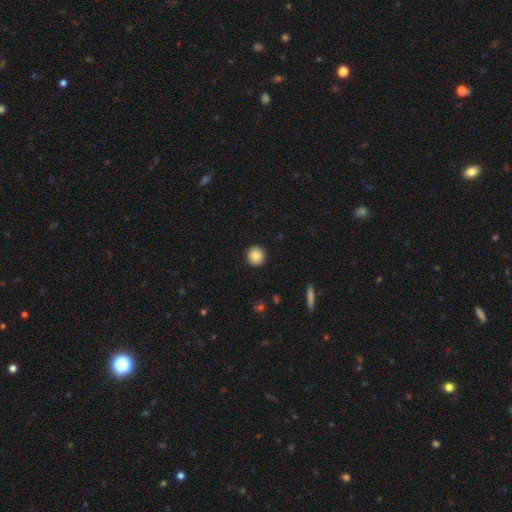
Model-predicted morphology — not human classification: type=smooth (87%); roundness=round (93%); merging=none (93%).